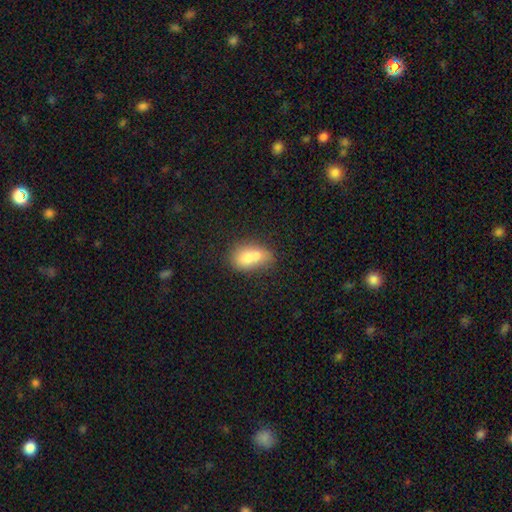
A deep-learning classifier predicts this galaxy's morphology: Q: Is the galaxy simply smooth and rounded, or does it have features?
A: smooth — 71%.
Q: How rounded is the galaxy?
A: in between — 77%.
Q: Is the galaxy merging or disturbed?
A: none — 42%.